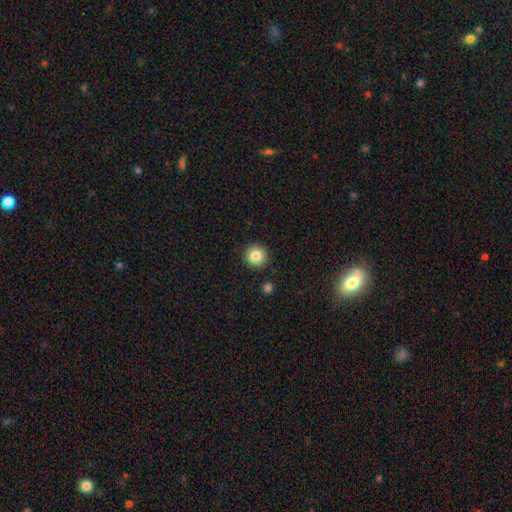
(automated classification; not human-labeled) The model was most divided on "smooth or featured": smooth: 84%, star or artifact: 10%, featured or disk: 6%. More confident: how rounded — round (94%); merging — none (91%).